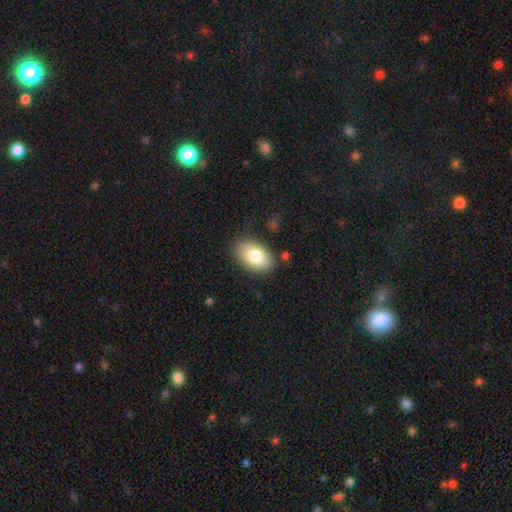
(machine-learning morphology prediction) The model was most divided on "smooth or featured": smooth: 82%, featured or disk: 12%, star or artifact: 7%. More confident: how rounded — in between (91%); merging — none (83%).